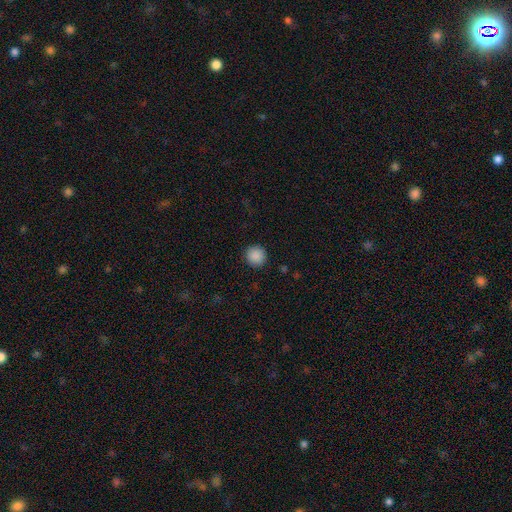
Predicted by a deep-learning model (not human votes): Smooth or featured: smooth — 89% (star or artifact — 8%)
How rounded: round — 94% (in between — 5%)
Merging: none — 91% (minor disturbance — 6%)